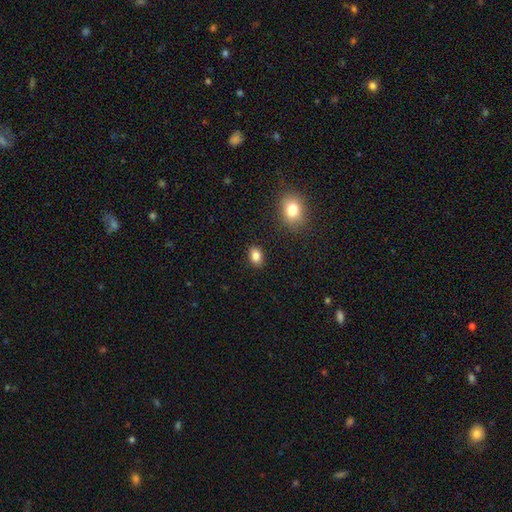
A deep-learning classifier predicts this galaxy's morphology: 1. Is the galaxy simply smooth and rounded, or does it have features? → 84% smooth, 10% star or artifact, 6% featured or disk.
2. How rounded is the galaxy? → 77% in between, 22% round, 1% cigar-shaped.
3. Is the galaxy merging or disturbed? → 88% none, 8% minor disturbance, 2% major disturbance, 2% merger.